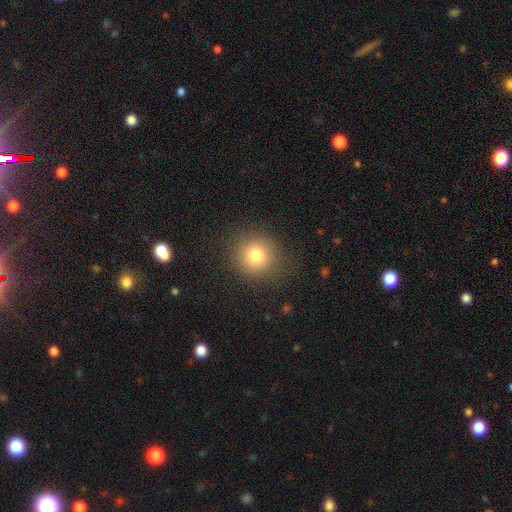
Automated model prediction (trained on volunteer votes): smooth-or-featured: smooth: 78% | star or artifact: 12% | featured or disk: 9%
  how-rounded: round: 90% | in between: 9% | cigar-shaped: 1%
  merging: none: 86% | minor disturbance: 9% | major disturbance: 4% | merger: 1%